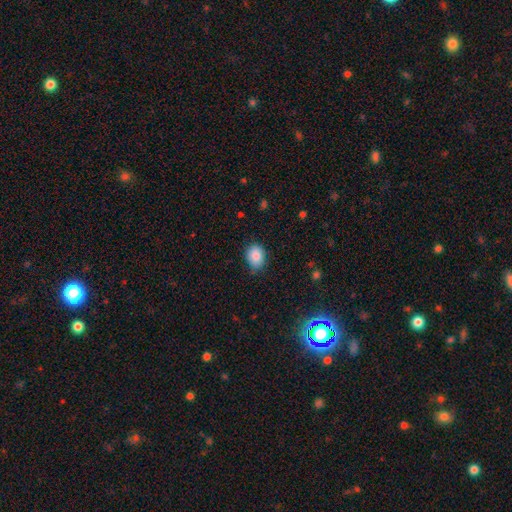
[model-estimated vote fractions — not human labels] Overall: smooth (85%). How rounded: in between (55%; round 44%). Merging: none (76%).